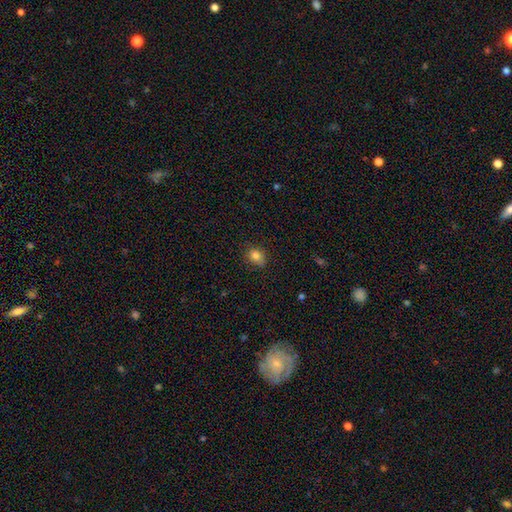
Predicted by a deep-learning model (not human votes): A smooth galaxy with no disk features (82%) that is round (60%).

Vote fractions:
- Smooth or featured? smooth: 82% / star or artifact: 11% / featured or disk: 6%
- How rounded? round: 60% / in between: 39% / cigar-shaped: 1%
- Merging? none: 76% / minor disturbance: 19% / major disturbance: 4% / merger: 1%